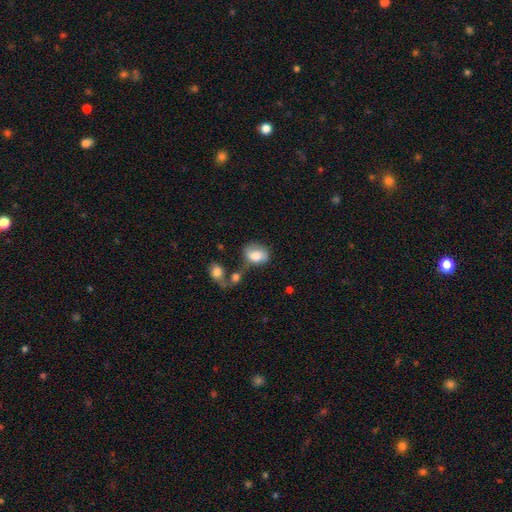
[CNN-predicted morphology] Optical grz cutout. It shows a smooth galaxy with no disk features (74%) that is in between round and cigar-shaped (75%). Merging: none (35%).